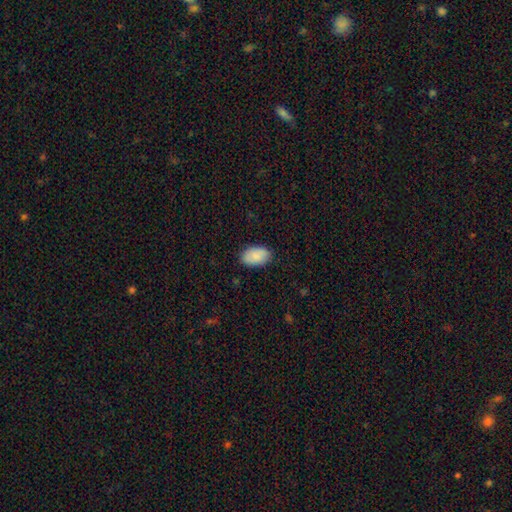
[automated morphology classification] Smooth or featured? smooth (87%)
How rounded? in between (93%)
Merging? none (86%)